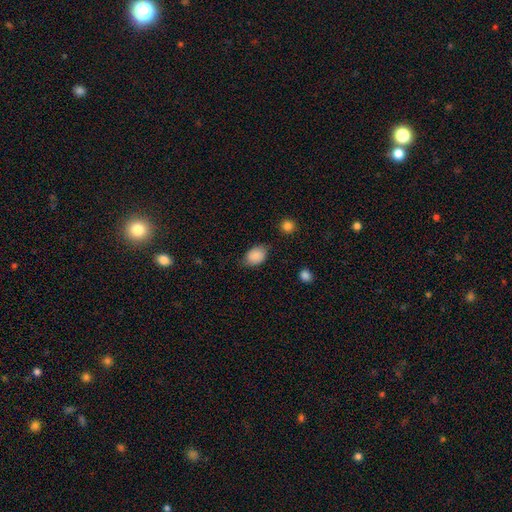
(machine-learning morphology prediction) smooth 87%, star or artifact 7%, featured or disk 5%. Down the decision tree: how rounded — in between (76%); merging — none (71%).